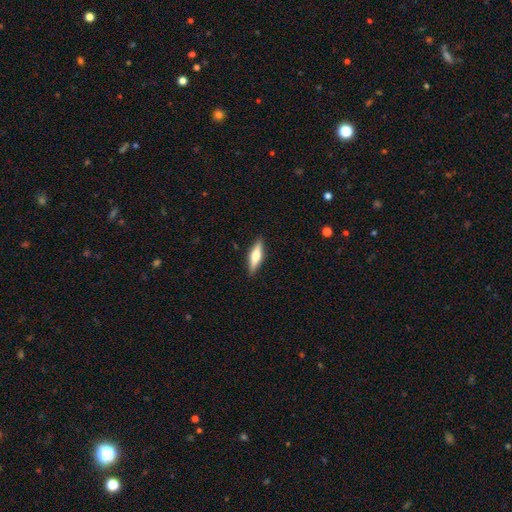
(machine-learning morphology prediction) Smooth or featured?
  - smooth: 50% *
  - featured or disk: 45%
  - star or artifact: 6%
Merging?
  - none: 89% *
  - minor disturbance: 8%
  - major disturbance: 2%
  - merger: 1%